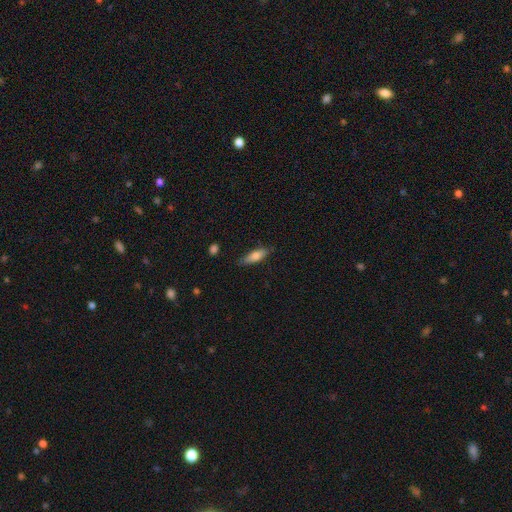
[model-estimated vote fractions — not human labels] Smooth or featured? smooth (78%)
How rounded? in between (55%)
Merging? none (79%)